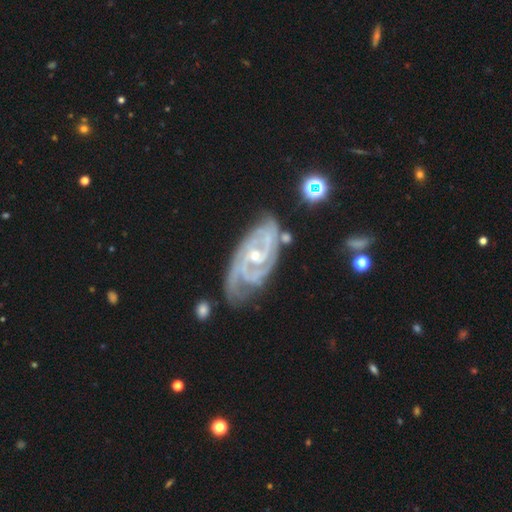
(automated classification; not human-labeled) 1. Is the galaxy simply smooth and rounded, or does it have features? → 92% featured or disk, 5% star or artifact, 3% smooth.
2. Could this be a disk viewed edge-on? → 96% no, 4% yes.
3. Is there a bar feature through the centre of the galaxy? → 54% no, 33% weak, 13% strong.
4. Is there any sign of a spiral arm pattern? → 98% yes, 2% no.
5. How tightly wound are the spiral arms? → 64% tight, 31% medium, 5% loose.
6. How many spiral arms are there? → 39% 3, 25% 2, 15% 4, 11% can't tell, 5% more than 4, 5% 1.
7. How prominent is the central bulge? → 61% small, 36% moderate, 1% none, 1% large, 1% dominant.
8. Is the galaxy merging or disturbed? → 64% none, 24% minor disturbance, 9% major disturbance, 3% merger.